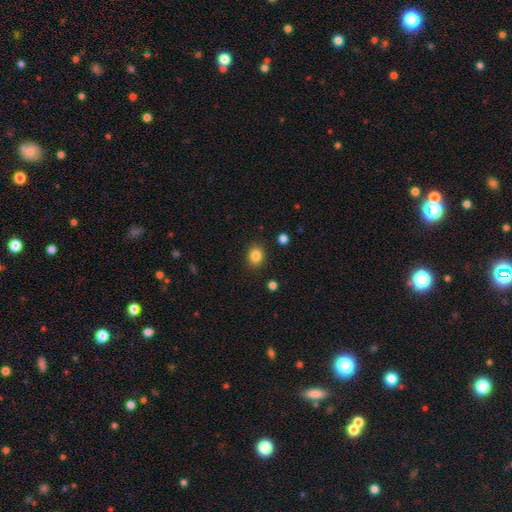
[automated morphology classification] type=smooth (85%); roundness=round (58%); merging=none (87%).